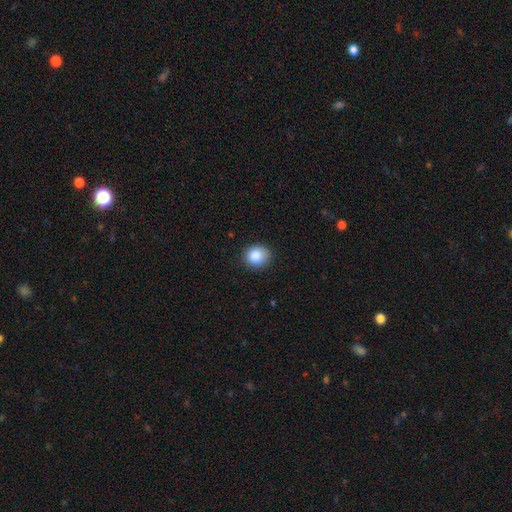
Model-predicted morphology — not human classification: smooth_or_featured: smooth (p=0.88) [alt: star or artifact p=0.09]
how_rounded: round (p=0.80) [alt: in between p=0.19]
merging: none (p=0.86) [alt: minor disturbance p=0.11]